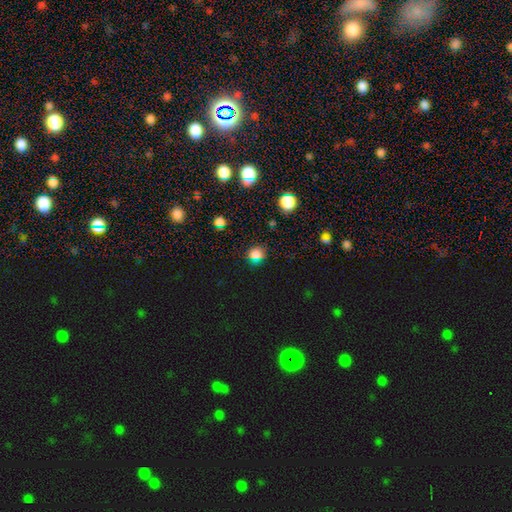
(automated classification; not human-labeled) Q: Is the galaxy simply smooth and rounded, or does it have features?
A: smooth — 70%.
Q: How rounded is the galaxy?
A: round — 81%.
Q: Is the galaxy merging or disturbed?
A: none — 82%.